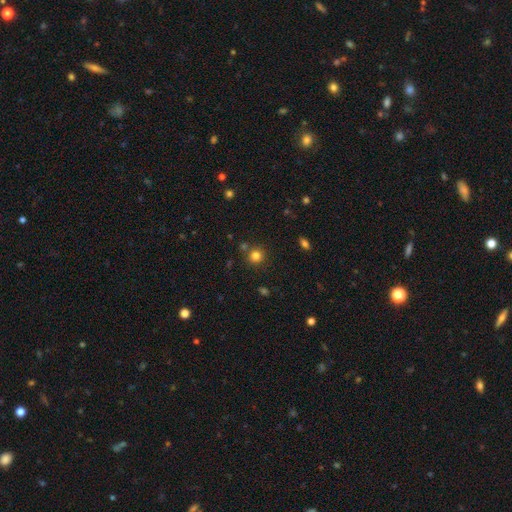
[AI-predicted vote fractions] Q: Smooth or featured?
A: smooth (79%); runner-up: star or artifact (15%)
Q: How rounded?
A: round (92%); runner-up: in between (7%)
Q: Merging?
A: none (81%); runner-up: merger (8%)